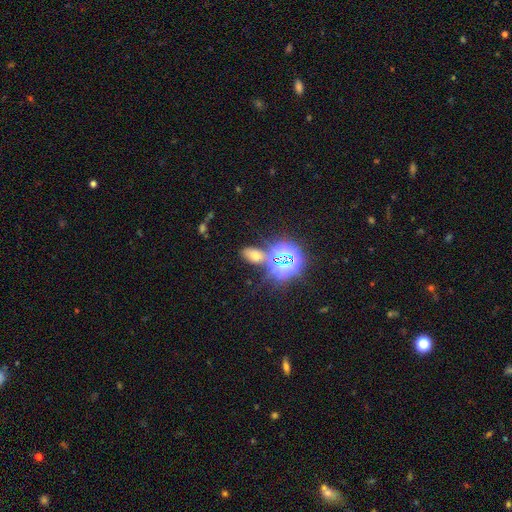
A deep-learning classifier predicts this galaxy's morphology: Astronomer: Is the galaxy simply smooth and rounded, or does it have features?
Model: smooth — 47% (runner-up: star or artifact, 43%).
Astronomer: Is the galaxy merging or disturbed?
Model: none — 70%.